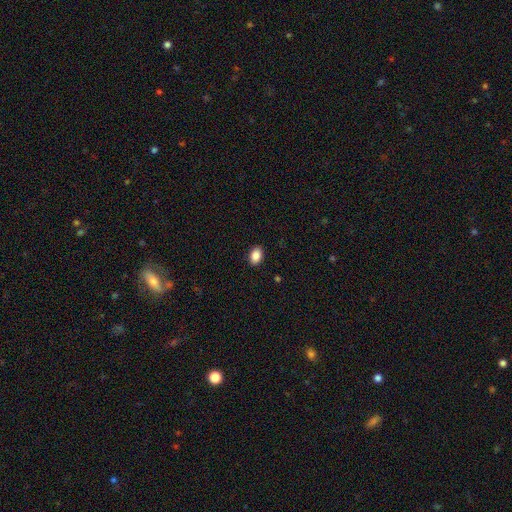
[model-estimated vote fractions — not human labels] Smooth or featured? smooth (88%)
How rounded? in between (86%)
Merging? none (90%)